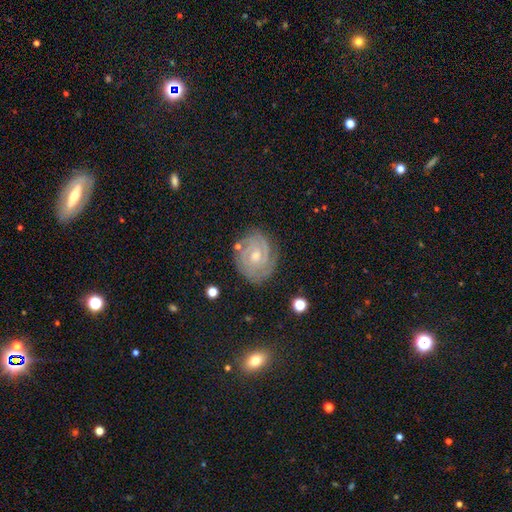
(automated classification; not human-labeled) Morphology: type=featured or disk (79%); edge-on=no (97%); bar=no (61%); spiral arms=yes (95%); winding=tight (79%); arm count=2 (37%); bulge=moderate (52%); merging=none (81%).